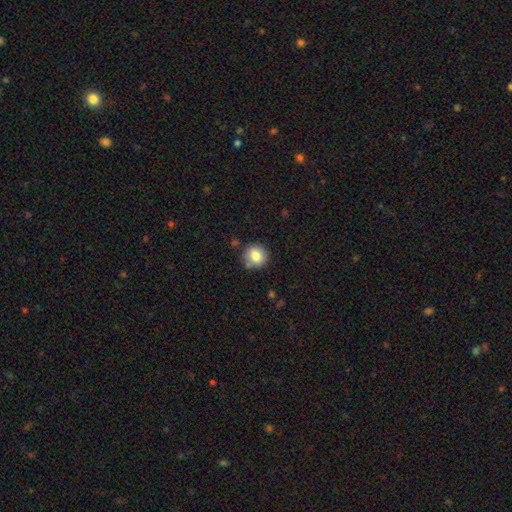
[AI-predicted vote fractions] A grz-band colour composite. It shows a smooth galaxy with no disk features (82%) that is round (90%). Merging: none (82%).